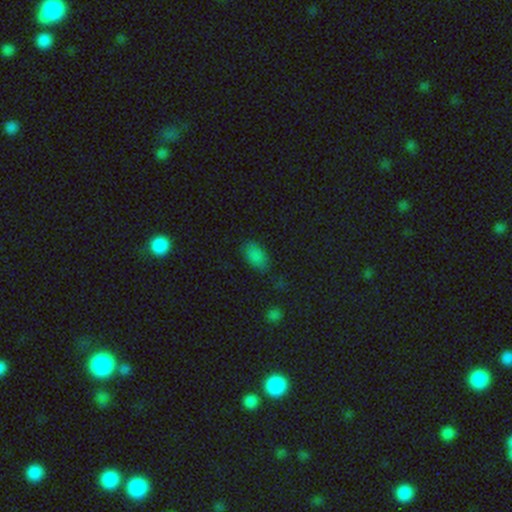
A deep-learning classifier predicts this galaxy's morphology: Smooth or featured? smooth (80%)
How rounded? in between (92%)
Merging? none (75%)